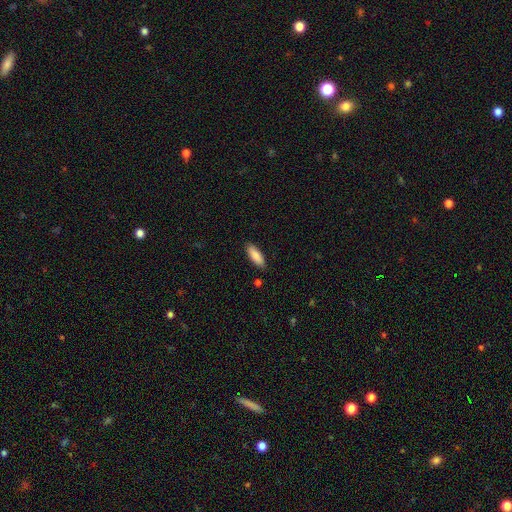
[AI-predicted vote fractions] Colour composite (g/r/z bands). It shows a smooth galaxy with no disk features (84%) that is in between round and cigar-shaped (62%). Merging: none (88%).